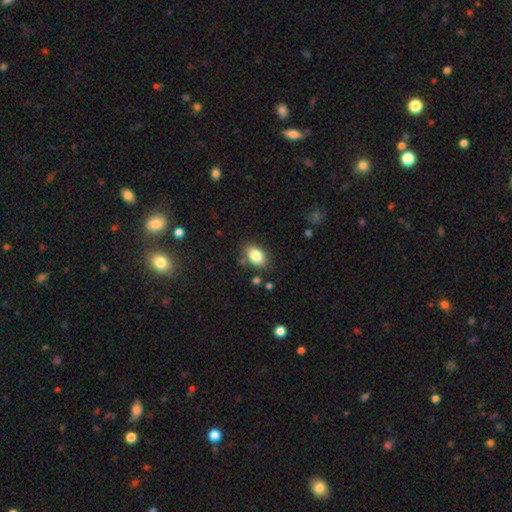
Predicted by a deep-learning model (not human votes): A smooth galaxy with no disk features (83%) that is in between round and cigar-shaped (86%).

Vote fractions:
- Smooth or featured? smooth: 83% / featured or disk: 9% / star or artifact: 8%
- How rounded? in between: 86% / round: 12% / cigar-shaped: 2%
- Merging? none: 78% / minor disturbance: 15% / merger: 4% / major disturbance: 4%